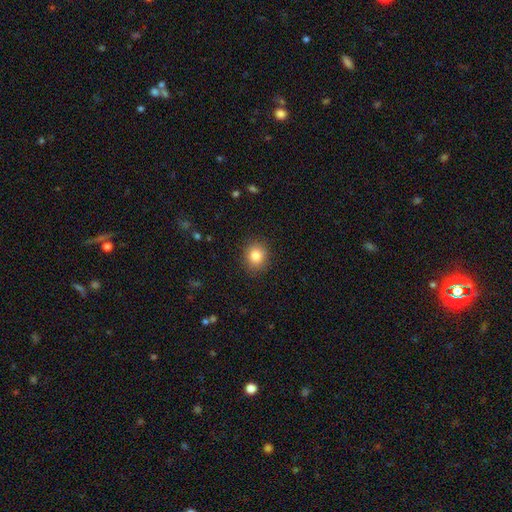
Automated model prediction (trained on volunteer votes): This appears to be a smooth galaxy with no disk features (84%) that is round (74%). Merging: none (89%).